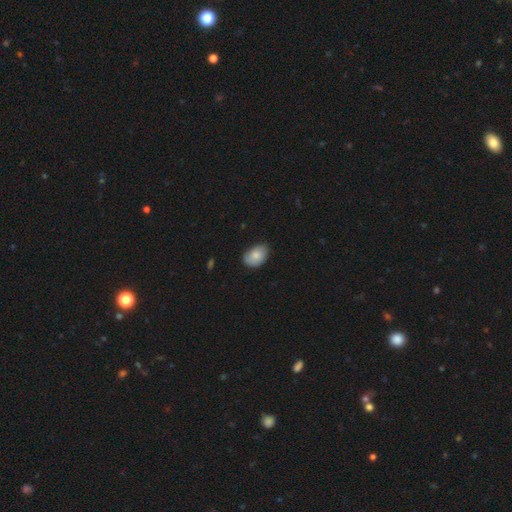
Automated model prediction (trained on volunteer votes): The model was most divided on "merging": none: 74%, minor disturbance: 22%, major disturbance: 3%, merger: 1%. More confident: how rounded — in between (85%); smooth or featured — smooth (83%).